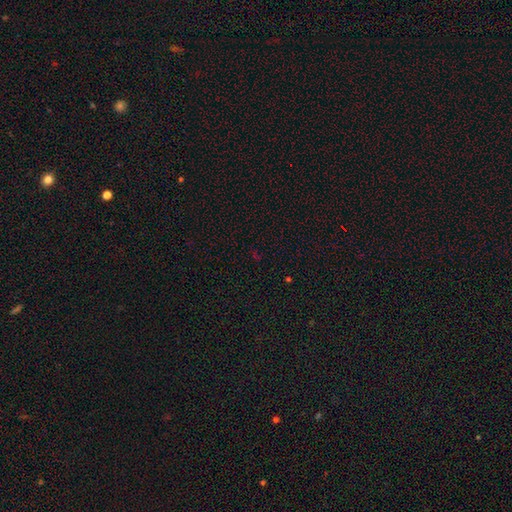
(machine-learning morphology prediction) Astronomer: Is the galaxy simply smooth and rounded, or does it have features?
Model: star or artifact — 67%.